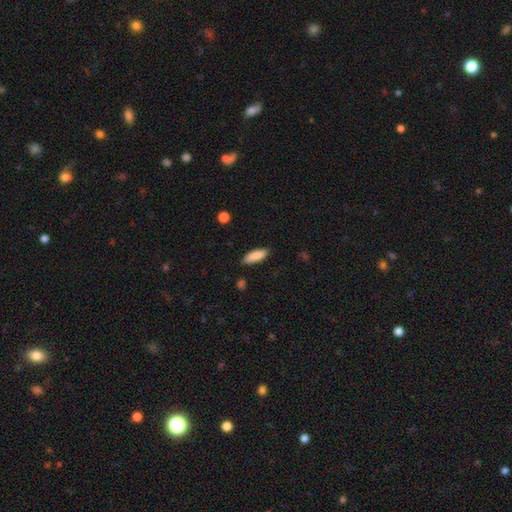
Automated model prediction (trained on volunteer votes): smooth_or_featured: smooth (p=0.88) [alt: featured or disk p=0.06]
how_rounded: in between (p=0.63) [alt: cigar-shaped p=0.35]
merging: none (p=0.84) [alt: minor disturbance p=0.12]